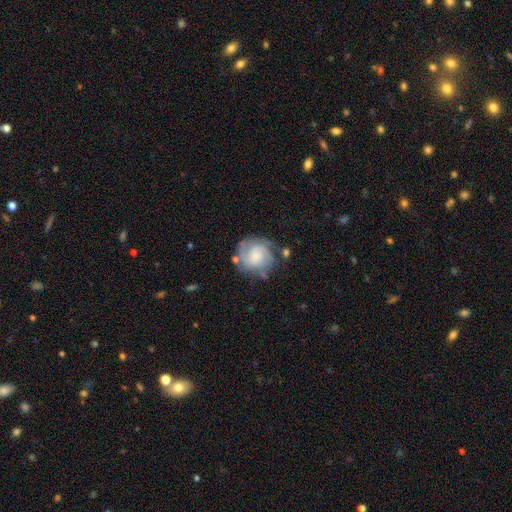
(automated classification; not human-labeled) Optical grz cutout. It shows a featured or disk galaxy (66%) with no bar (71%), 2 (40%) tight (55%) spiral arms (89%) and a small central bulge (49%). Merging: none (62%).